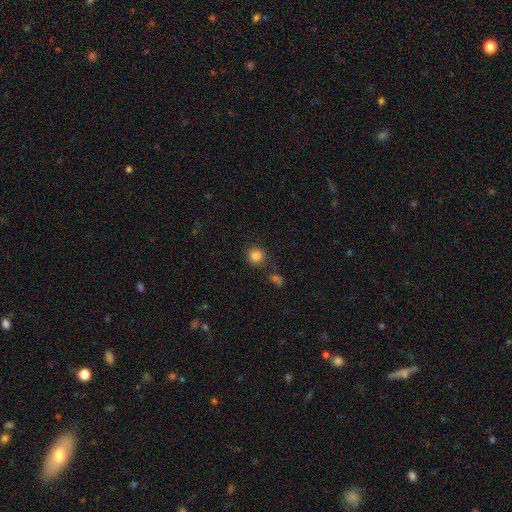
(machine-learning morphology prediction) Smooth or featured?
  - smooth: 84% *
  - star or artifact: 11%
  - featured or disk: 4%
How rounded?
  - round: 92% *
  - in between: 7%
  - cigar-shaped: 1%
Merging?
  - none: 80% *
  - minor disturbance: 9%
  - merger: 7%
  - major disturbance: 4%